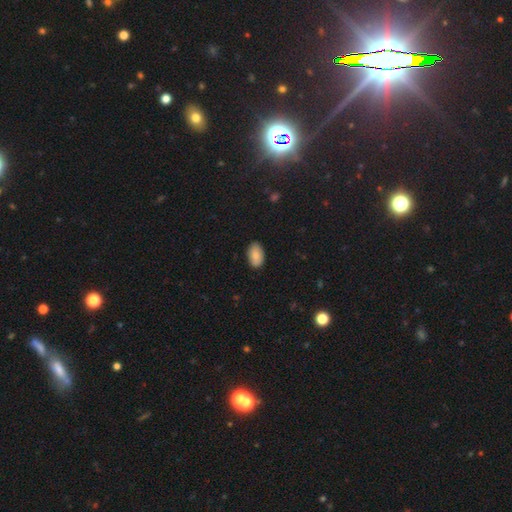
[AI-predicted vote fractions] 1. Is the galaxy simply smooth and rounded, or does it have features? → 84% smooth, 9% featured or disk, 7% star or artifact.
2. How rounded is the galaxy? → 93% in between, 5% round, 1% cigar-shaped.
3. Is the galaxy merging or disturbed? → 87% none, 10% minor disturbance, 2% major disturbance, 1% merger.